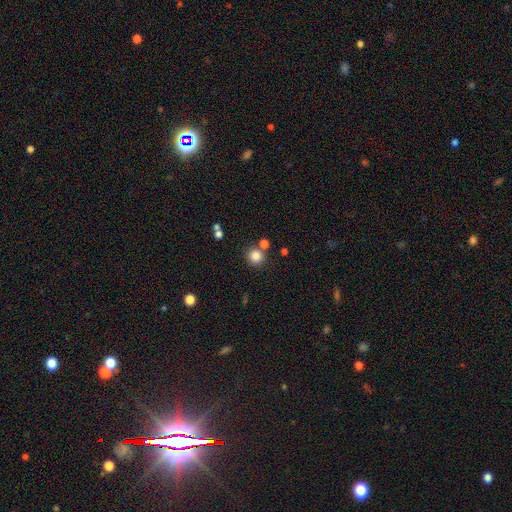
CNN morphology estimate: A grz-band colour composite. It shows a smooth galaxy with no disk features (83%) that is round (92%). Merging: none (76%).